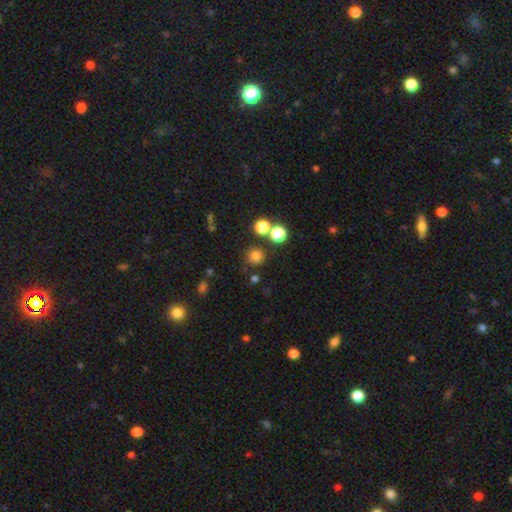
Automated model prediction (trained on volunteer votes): Overall: smooth (76%). How rounded: round (94%). Merging: none (81%).